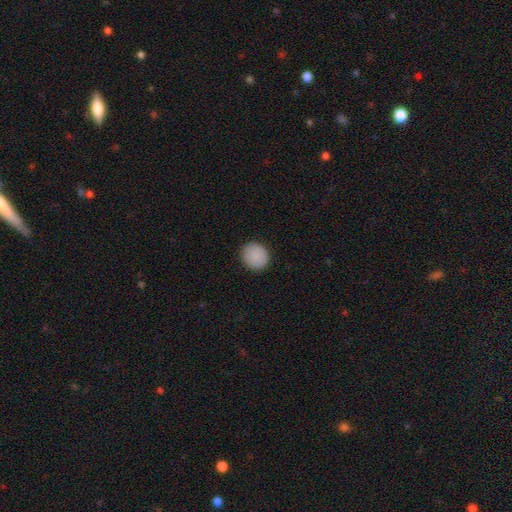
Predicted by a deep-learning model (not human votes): The model was most divided on "how rounded": round: 88%, in between: 11%, cigar-shaped: 1%. More confident: merging — none (90%); smooth or featured — smooth (89%).